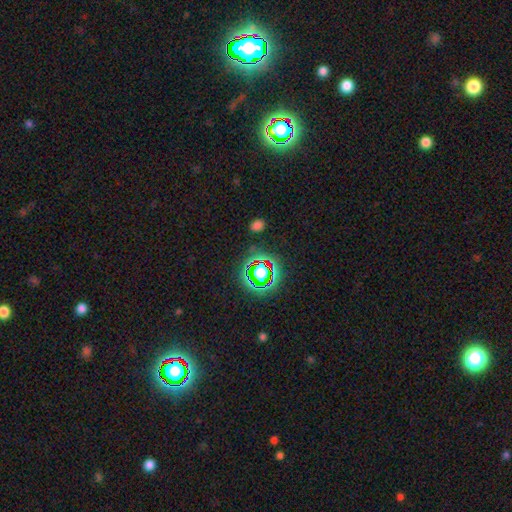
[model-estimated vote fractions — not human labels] Morphology: type=star or artifact (77%).